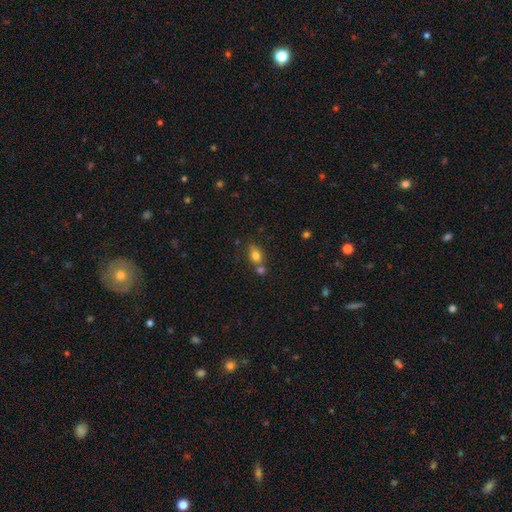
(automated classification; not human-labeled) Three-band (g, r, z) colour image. It shows a smooth galaxy with no disk features (77%) that is in between round and cigar-shaped (57%). Merging: none (50%).